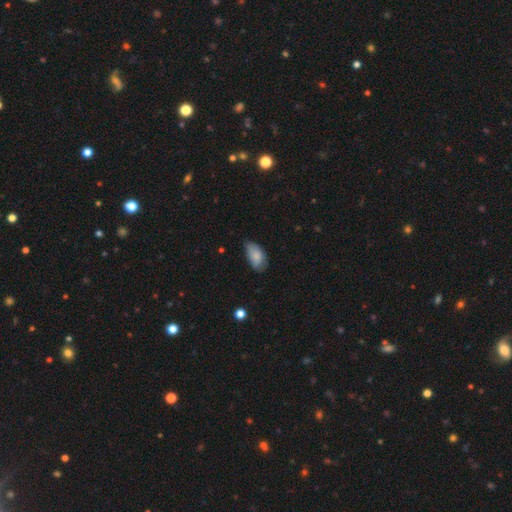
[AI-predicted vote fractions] A smooth galaxy with no disk features (82%) that is in between round and cigar-shaped (94%). Merging: none (54%).